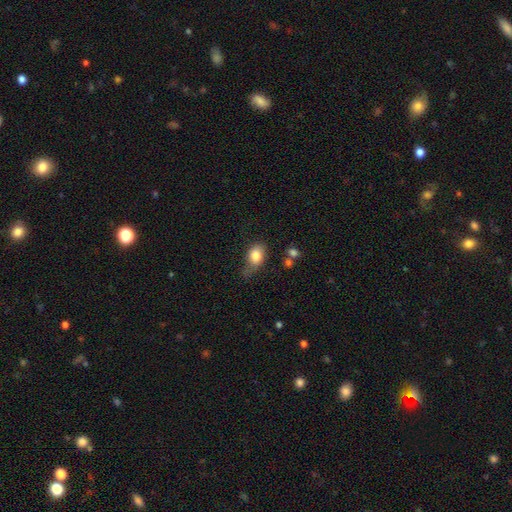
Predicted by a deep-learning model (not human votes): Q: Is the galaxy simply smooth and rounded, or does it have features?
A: smooth — 82%.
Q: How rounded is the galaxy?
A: in between — 75%.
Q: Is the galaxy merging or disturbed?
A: none — 39%.